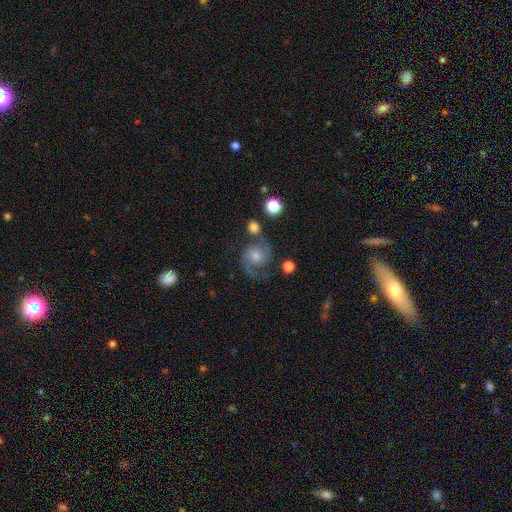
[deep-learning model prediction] This appears to be a featured or disk galaxy (80%) with no bar (69%), 2 (89%) medium (55%) spiral arms (96%) and a moderate central bulge (53%). Merging: none (64%).